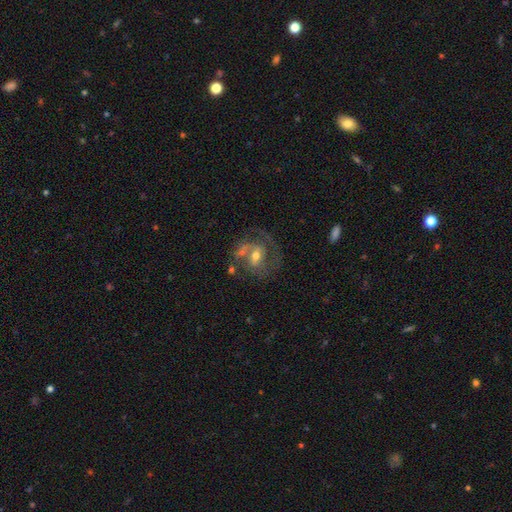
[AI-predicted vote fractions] Q: Smooth or featured?
A: featured or disk (76%); runner-up: smooth (16%)
Q: Edge-on disk?
A: no (97%); runner-up: yes (3%)
Q: Bar?
A: weak (47%); runner-up: no (37%)
Q: Spiral arms?
A: yes (84%); runner-up: no (16%)
Q: Spiral winding?
A: medium (51%); runner-up: tight (27%)
Q: Spiral arm count?
A: 2 (60%); runner-up: 1 (16%)
Q: Bulge size?
A: moderate (63%); runner-up: small (30%)
Q: Merging?
A: none (45%); runner-up: major disturbance (20%)